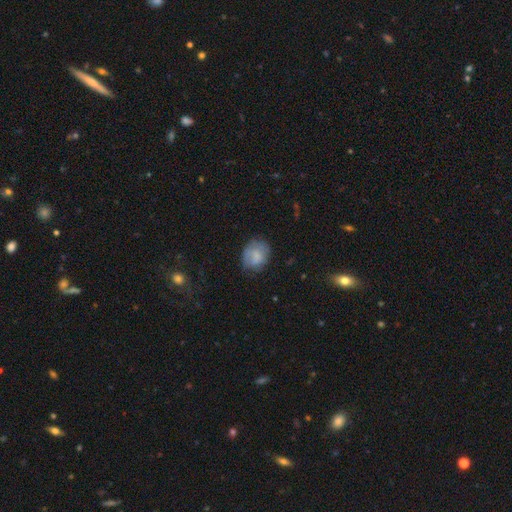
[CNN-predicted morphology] smooth-or-featured: smooth: 69% | featured or disk: 23% | star or artifact: 8%
  how-rounded: round: 63% | in between: 36% | cigar-shaped: 1%
  merging: none: 64% | minor disturbance: 24% | major disturbance: 10% | merger: 2%